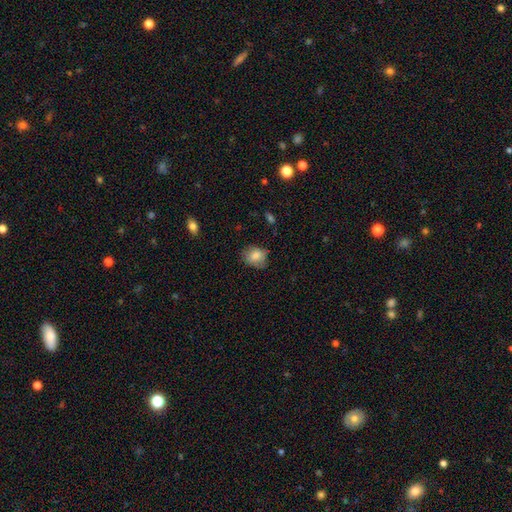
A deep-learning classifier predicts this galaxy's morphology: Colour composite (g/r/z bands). It shows a smooth galaxy with no disk features (81%) that is round (53%). Merging: none (68%).